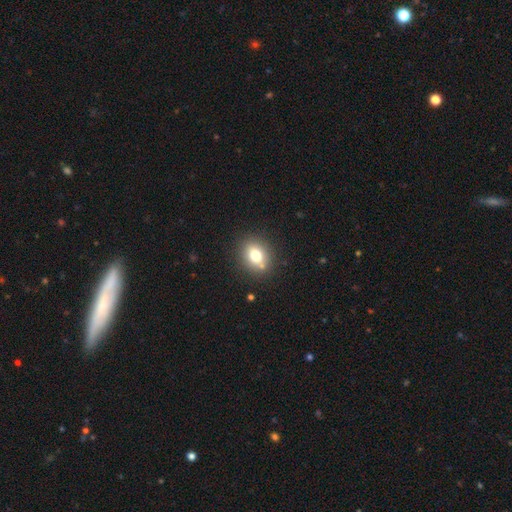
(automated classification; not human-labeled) Q: Smooth or featured?
A: smooth (73%); runner-up: featured or disk (15%)
Q: How rounded?
A: round (53%); runner-up: in between (46%)
Q: Merging?
A: none (82%); runner-up: minor disturbance (10%)